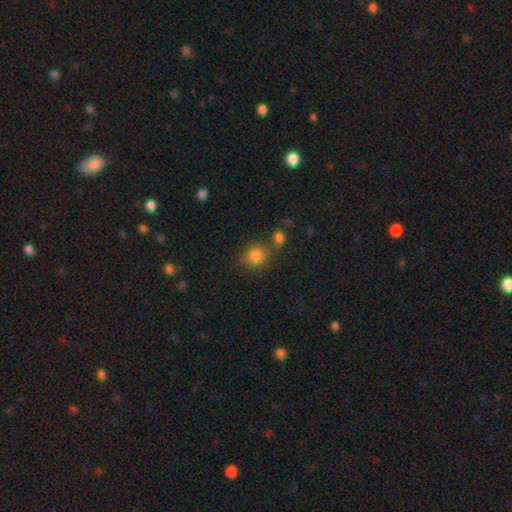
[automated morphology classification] Q: Smooth or featured?
A: smooth (84%); runner-up: star or artifact (11%)
Q: How rounded?
A: round (83%); runner-up: in between (16%)
Q: Merging?
A: none (69%); runner-up: merger (15%)